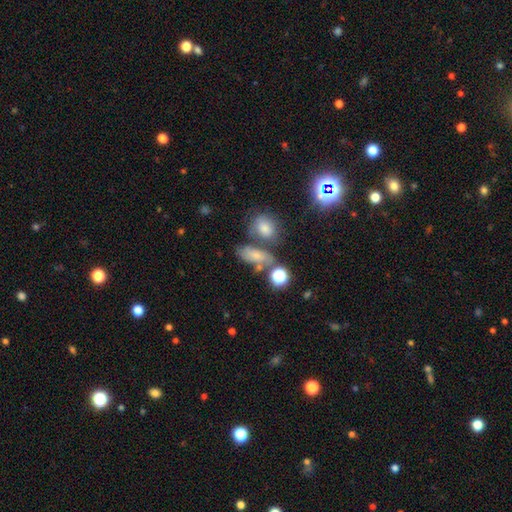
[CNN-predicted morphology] This appears to be a smooth galaxy with no disk features (66%) that is in between round and cigar-shaped (75%). Merging: none (44%).